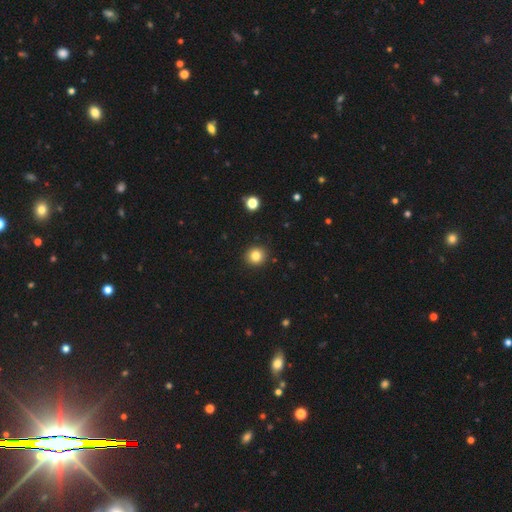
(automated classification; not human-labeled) Smooth or featured? Predicted: smooth (p=0.83). How rounded? Predicted: round (p=0.92). Merging? Predicted: none (p=0.92).